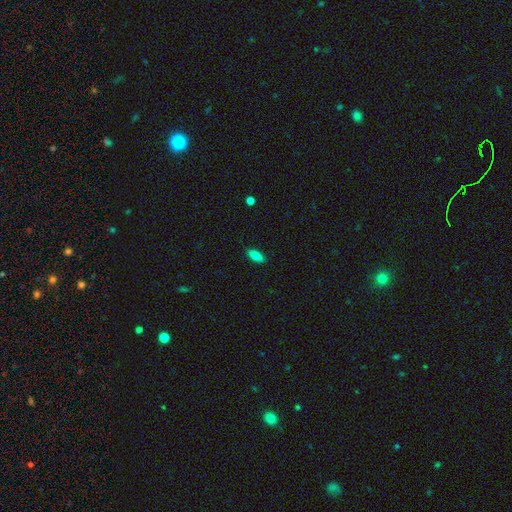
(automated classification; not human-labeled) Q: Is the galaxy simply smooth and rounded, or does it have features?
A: smooth — 84%.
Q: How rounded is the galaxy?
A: in between — 83%.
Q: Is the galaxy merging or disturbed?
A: none — 88%.